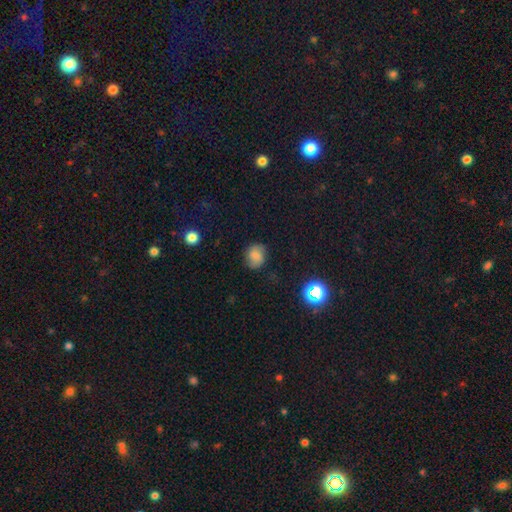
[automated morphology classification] This appears to be a smooth galaxy with no disk features (70%) that is round (66%). Merging: none (77%).